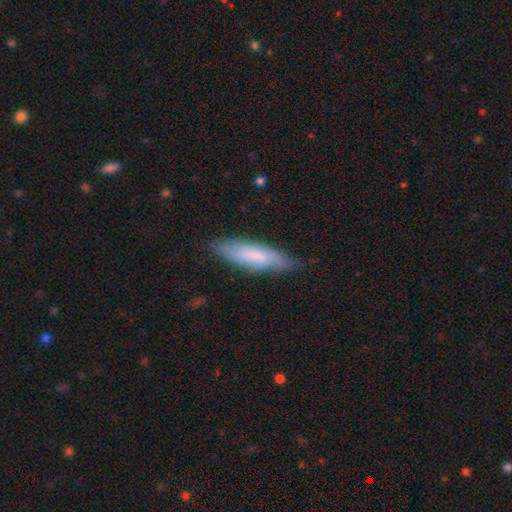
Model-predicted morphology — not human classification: A smooth galaxy with no disk features (72%) that is cigar-shaped (59%). Merging: none (77%).